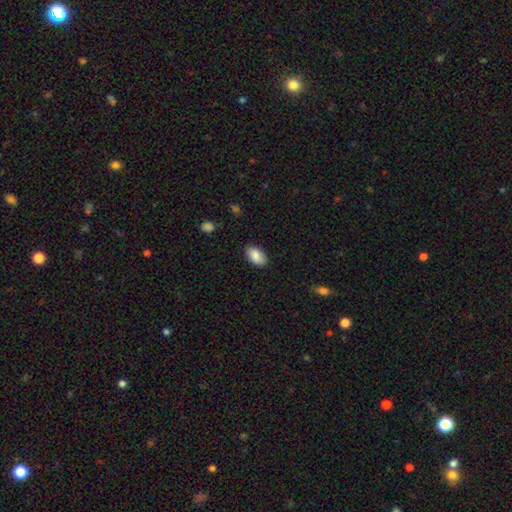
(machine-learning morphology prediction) smooth 88%, star or artifact 7%, featured or disk 5%. Down the decision tree: how rounded — in between (94%); merging — none (86%).